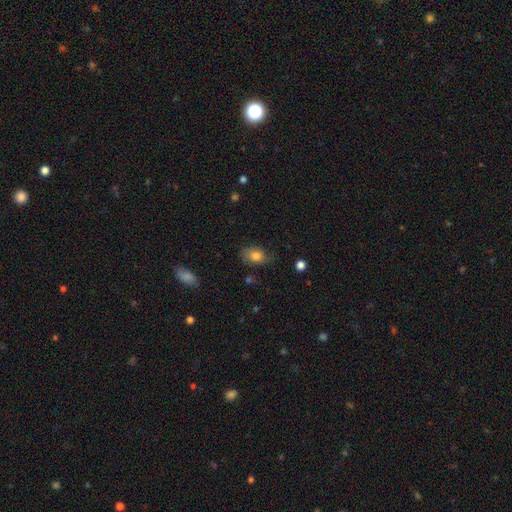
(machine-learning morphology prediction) A smooth galaxy with no disk features (74%) that is in between round and cigar-shaped (80%).

Vote fractions:
- Smooth or featured? smooth: 74% / featured or disk: 17% / star or artifact: 9%
- How rounded? in between: 80% / round: 19% / cigar-shaped: 2%
- Merging? none: 63% / minor disturbance: 26% / major disturbance: 9% / merger: 2%